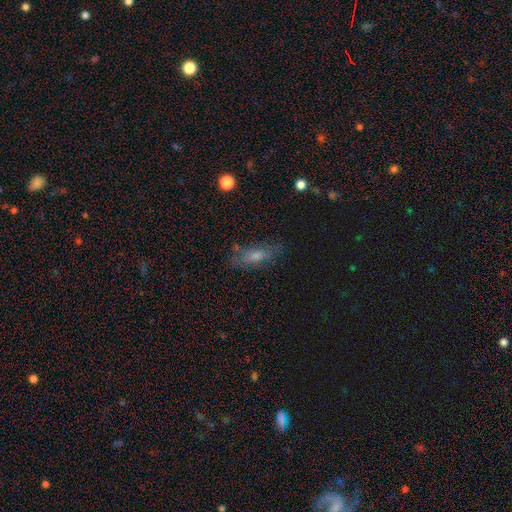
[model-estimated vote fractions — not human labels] A smooth galaxy with no disk features (48%). Merging: none (74%).